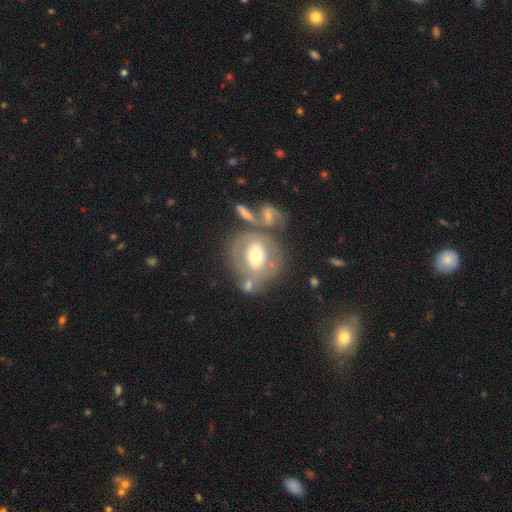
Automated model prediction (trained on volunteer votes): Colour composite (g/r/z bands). It shows a featured or disk galaxy (49%). Merging: none (48%).